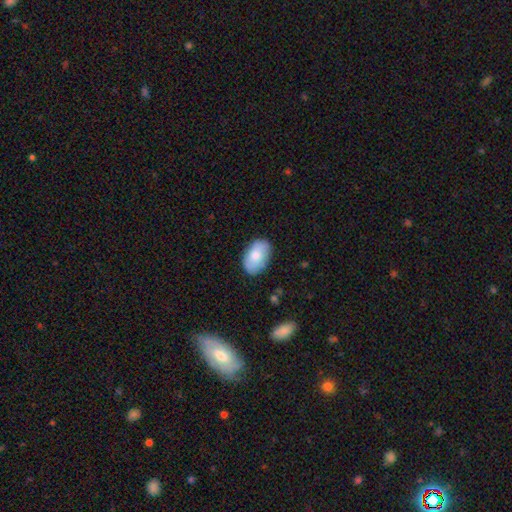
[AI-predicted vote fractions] This is likely a smooth galaxy (76%). How rounded: clearly in between (92%). Merging: clearly none (81%).